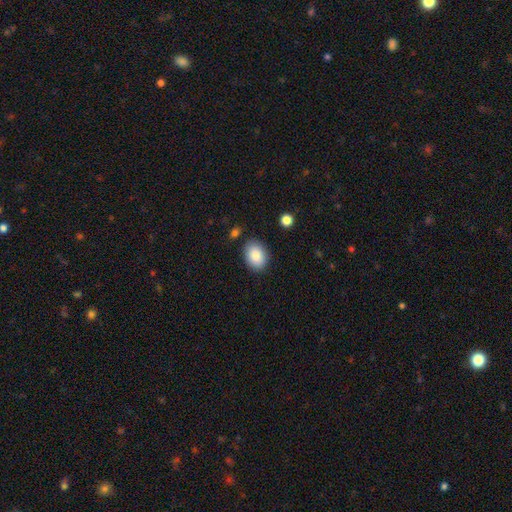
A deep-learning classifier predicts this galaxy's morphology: Smooth or featured?
  - smooth: 87% *
  - star or artifact: 7%
  - featured or disk: 6%
How rounded?
  - in between: 74% *
  - round: 25%
  - cigar-shaped: 1%
Merging?
  - none: 85% *
  - minor disturbance: 10%
  - major disturbance: 3%
  - merger: 2%